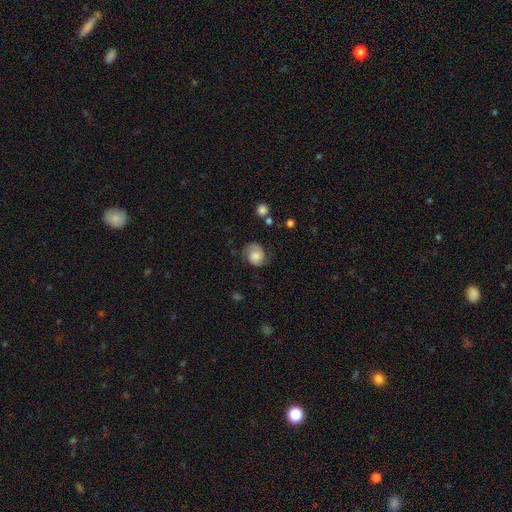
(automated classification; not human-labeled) Smooth or featured?
  - smooth: 62% *
  - featured or disk: 29%
  - star or artifact: 9%
How rounded?
  - round: 69% *
  - in between: 30%
  - cigar-shaped: 1%
Merging?
  - none: 64% *
  - minor disturbance: 25%
  - major disturbance: 10%
  - merger: 2%